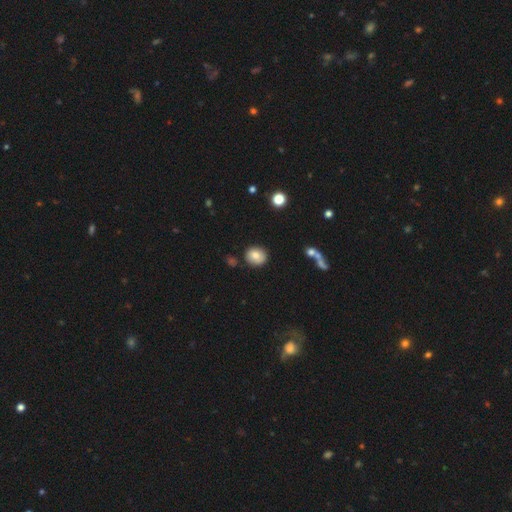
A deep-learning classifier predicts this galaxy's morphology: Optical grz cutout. It shows a smooth galaxy with no disk features (81%) that is round (76%). Merging: none (84%).